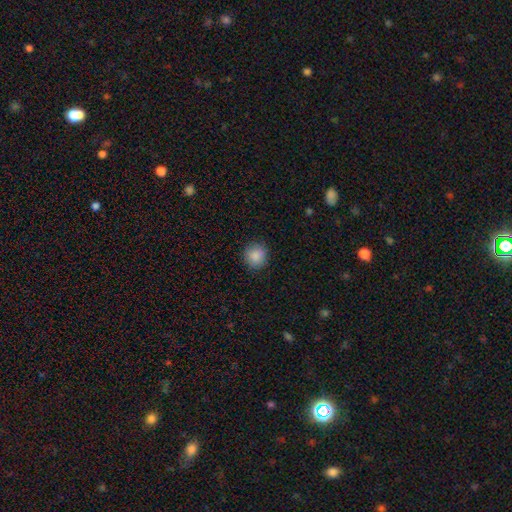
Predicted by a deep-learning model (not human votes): Smooth or featured?
  - smooth: 88% *
  - star or artifact: 9%
  - featured or disk: 3%
How rounded?
  - round: 91% *
  - in between: 8%
  - cigar-shaped: 1%
Merging?
  - none: 90% *
  - minor disturbance: 7%
  - major disturbance: 2%
  - merger: 1%